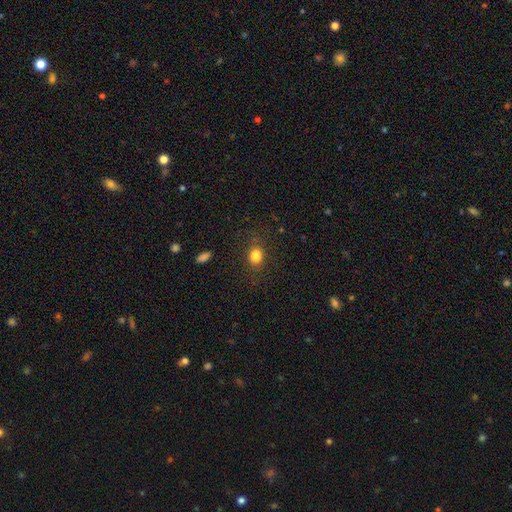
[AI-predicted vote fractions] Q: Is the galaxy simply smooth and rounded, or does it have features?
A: smooth — 82%.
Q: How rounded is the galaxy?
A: round — 54%.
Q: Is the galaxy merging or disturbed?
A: none — 80%.